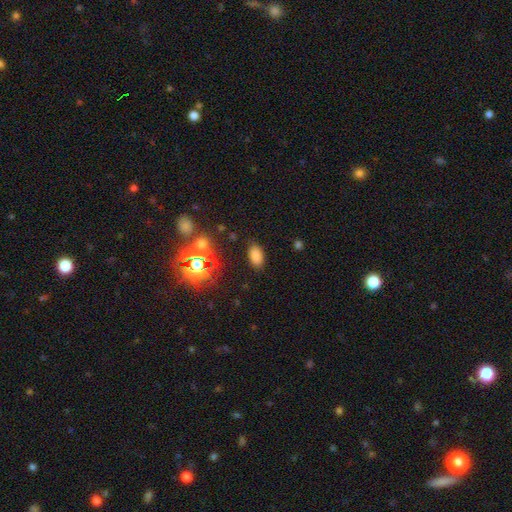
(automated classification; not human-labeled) A smooth galaxy with no disk features (74%) that is in between round and cigar-shaped (91%). Merging: none (85%).